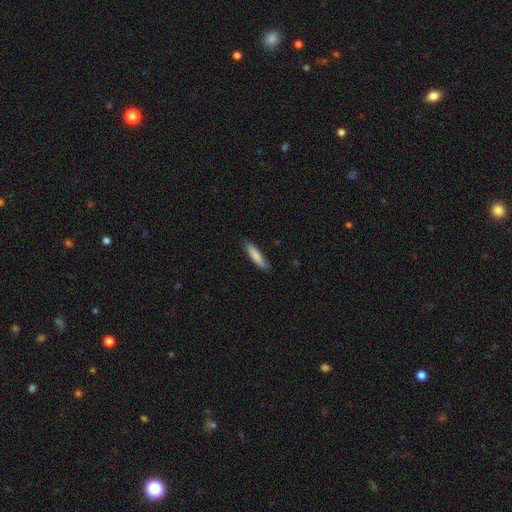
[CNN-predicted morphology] Smooth or featured?
  - smooth: 84% *
  - featured or disk: 11%
  - star or artifact: 6%
How rounded?
  - cigar-shaped: 78% *
  - in between: 21%
  - round: 1%
Merging?
  - none: 83% *
  - minor disturbance: 14%
  - major disturbance: 2%
  - merger: 1%